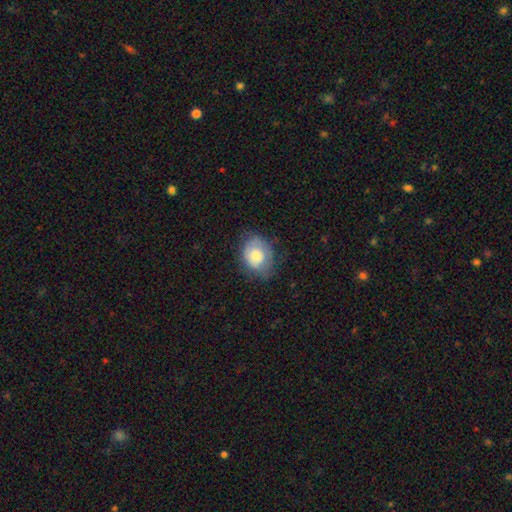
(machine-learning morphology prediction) This is likely a smooth galaxy (69%). How rounded: possibly in between (59%). Merging: likely none (62%).